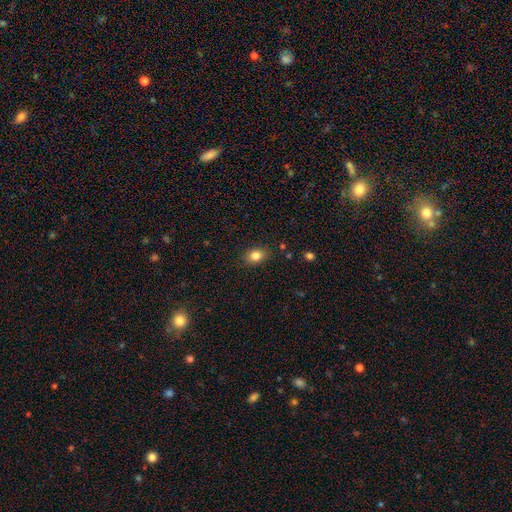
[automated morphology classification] Smooth or featured: smooth — 83% (star or artifact — 9%)
How rounded: in between — 74% (round — 25%)
Merging: none — 85% (minor disturbance — 11%)